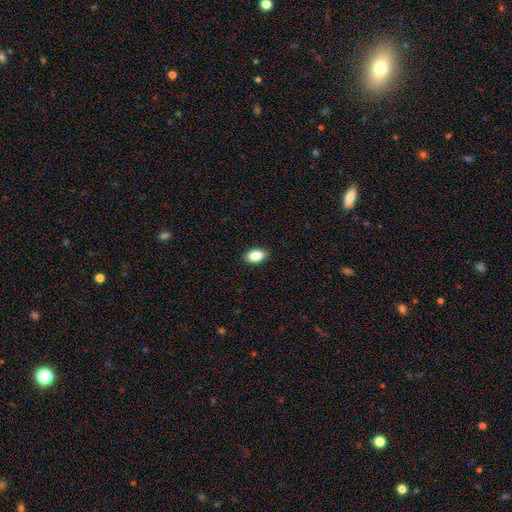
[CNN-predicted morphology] smooth 87%, star or artifact 8%, featured or disk 5%. Down the decision tree: how rounded — in between (91%); merging — none (90%).